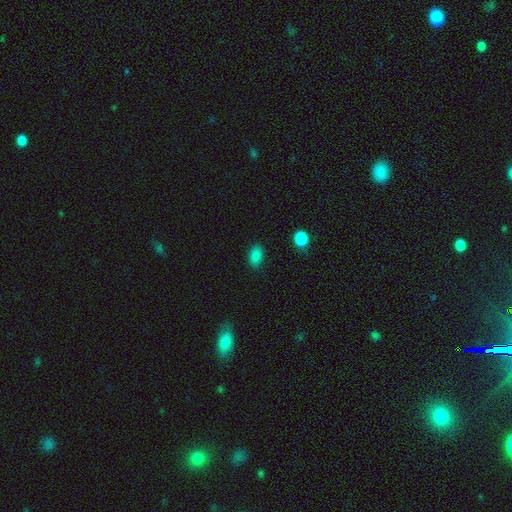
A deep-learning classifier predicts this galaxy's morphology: The model was most divided on "how rounded": in between: 86%, round: 13%, cigar-shaped: 1%. More confident: smooth or featured — smooth (86%); merging — none (85%).